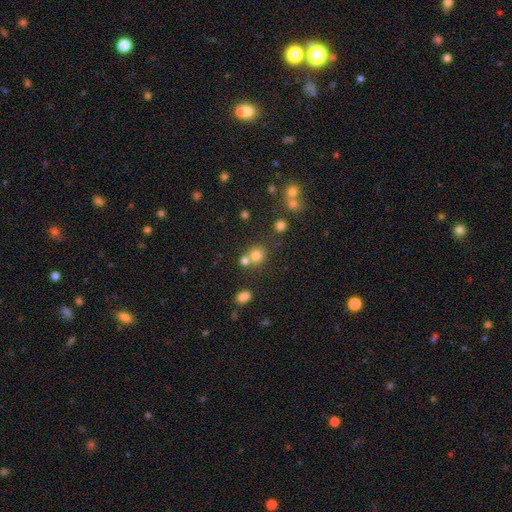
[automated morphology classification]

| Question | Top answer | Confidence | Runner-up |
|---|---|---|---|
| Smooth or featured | smooth | 76% | star or artifact (15%) |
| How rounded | round | 82% | in between (17%) |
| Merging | none | 56% | merger (31%) |